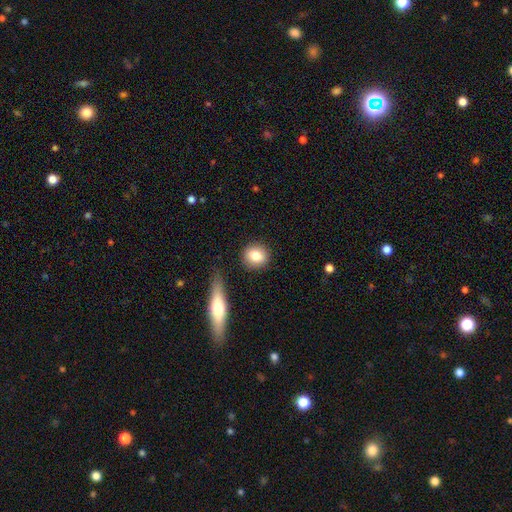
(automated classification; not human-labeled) The model was most divided on "how rounded": round: 82%, in between: 16%, cigar-shaped: 2%. More confident: merging — none (86%); smooth or featured — smooth (81%).